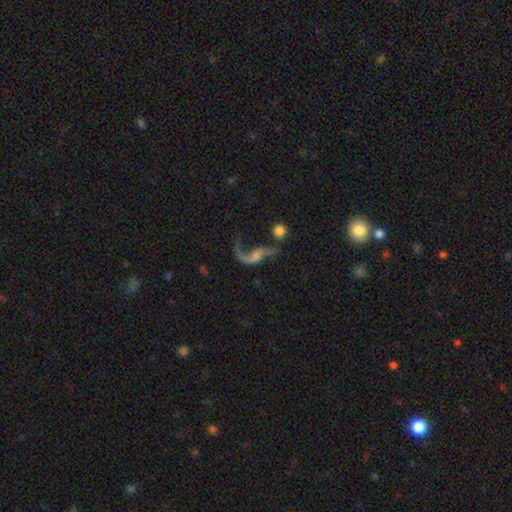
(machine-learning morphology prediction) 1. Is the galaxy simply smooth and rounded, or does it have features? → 81% featured or disk, 10% smooth, 9% star or artifact.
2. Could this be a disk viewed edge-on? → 95% no, 5% yes.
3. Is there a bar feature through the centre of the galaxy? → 52% no, 34% weak, 14% strong.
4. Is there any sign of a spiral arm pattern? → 91% yes, 9% no.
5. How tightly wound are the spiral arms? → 91% loose, 8% medium, 2% tight.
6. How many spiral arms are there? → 75% 2, 21% 1, 2% can't tell, 1% 3, 1% 4, 1% more than 4.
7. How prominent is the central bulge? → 40% small, 32% none, 22% moderate, 5% large, 2% dominant.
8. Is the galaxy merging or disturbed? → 44% none, 28% major disturbance, 15% minor disturbance, 12% merger.